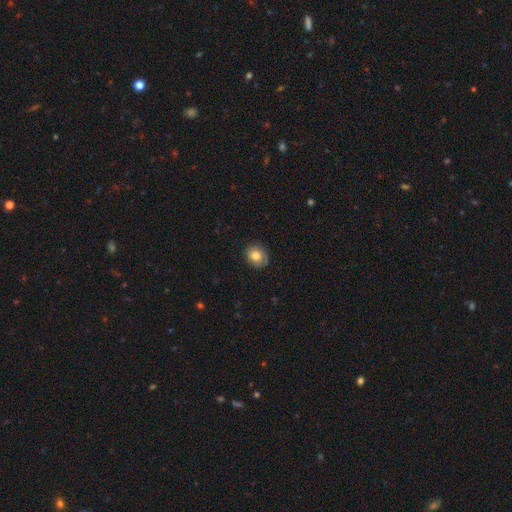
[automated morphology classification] type=smooth (77%); roundness=round (67%); merging=none (81%).